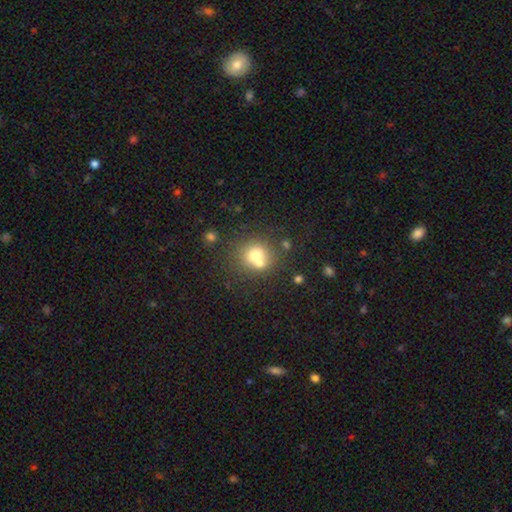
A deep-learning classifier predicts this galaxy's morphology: Q: Smooth or featured?
A: smooth (69%); runner-up: featured or disk (18%)
Q: How rounded?
A: round (84%); runner-up: in between (15%)
Q: Merging?
A: none (51%); runner-up: merger (35%)